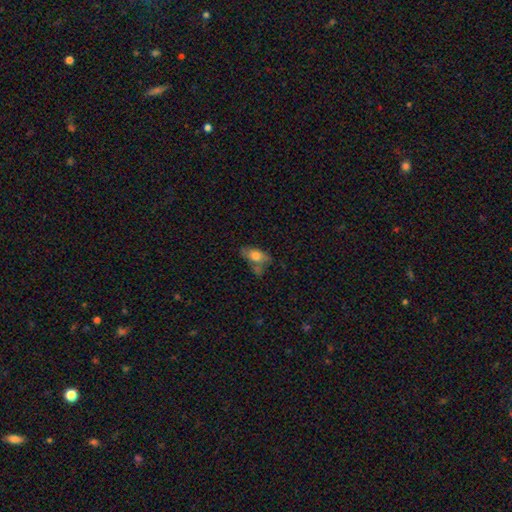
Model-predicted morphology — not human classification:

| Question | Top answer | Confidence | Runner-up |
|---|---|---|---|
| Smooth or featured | smooth | 71% | featured or disk (21%) |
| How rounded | in between | 83% | cigar-shaped (10%) |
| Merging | none | 47% | minor disturbance (24%) |